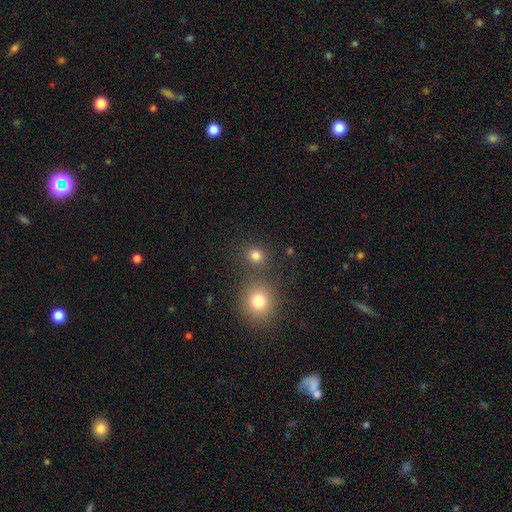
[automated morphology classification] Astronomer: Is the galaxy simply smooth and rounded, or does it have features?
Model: smooth — 80%.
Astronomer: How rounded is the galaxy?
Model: round — 86%.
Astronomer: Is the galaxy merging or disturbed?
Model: none — 76%.